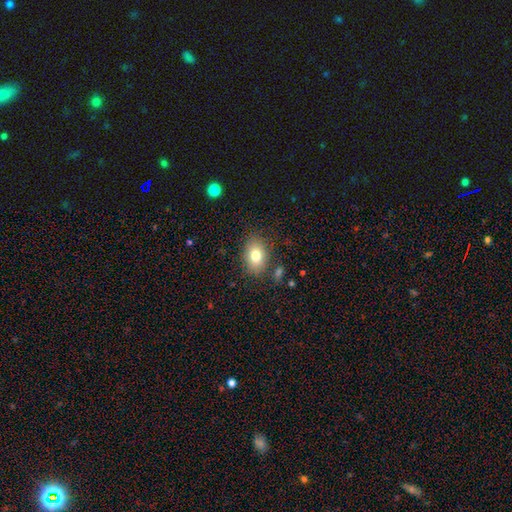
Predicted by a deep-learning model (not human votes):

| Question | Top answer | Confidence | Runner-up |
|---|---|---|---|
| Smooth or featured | smooth | 78% | featured or disk (13%) |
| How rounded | in between | 78% | round (21%) |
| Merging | none | 81% | minor disturbance (12%) |